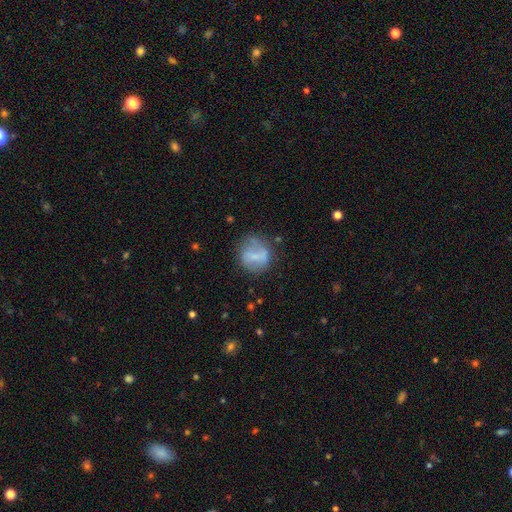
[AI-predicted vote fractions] Q: Smooth or featured?
A: smooth (50%); runner-up: featured or disk (42%)
Q: Merging?
A: none (62%); runner-up: minor disturbance (22%)